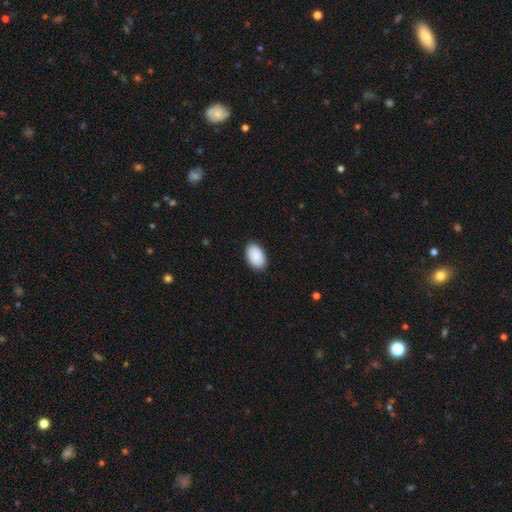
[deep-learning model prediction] smooth 91%, star or artifact 6%, featured or disk 3%. Down the decision tree: how rounded — in between (93%); merging — none (88%).